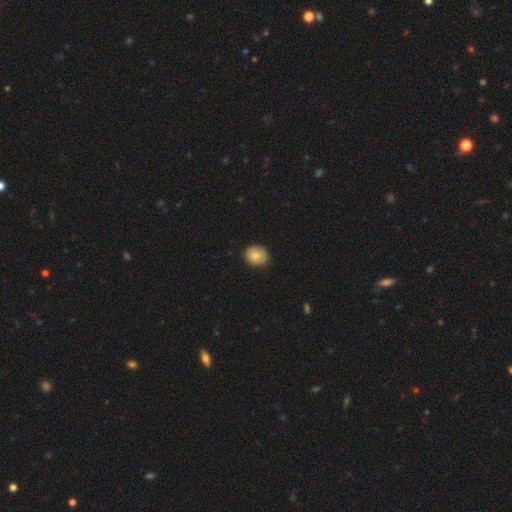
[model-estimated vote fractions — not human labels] Smooth or featured?
  - smooth: 79% *
  - featured or disk: 13%
  - star or artifact: 8%
How rounded?
  - round: 73% *
  - in between: 26%
  - cigar-shaped: 1%
Merging?
  - none: 86% *
  - minor disturbance: 11%
  - major disturbance: 2%
  - merger: 1%